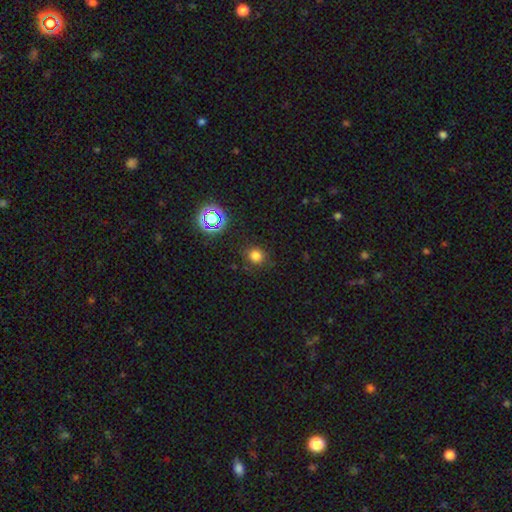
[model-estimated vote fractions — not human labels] Morphology: type=smooth (76%); roundness=round (85%); merging=none (84%).